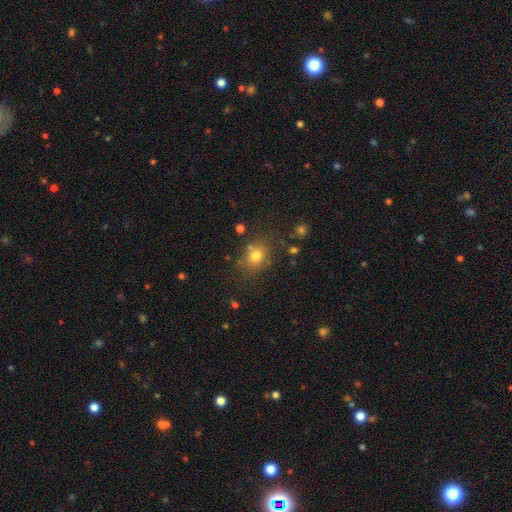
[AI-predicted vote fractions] Smooth or featured?
  - smooth: 75% *
  - star or artifact: 14%
  - featured or disk: 10%
How rounded?
  - round: 55% *
  - in between: 44%
  - cigar-shaped: 1%
Merging?
  - none: 74% *
  - minor disturbance: 14%
  - merger: 6%
  - major disturbance: 5%